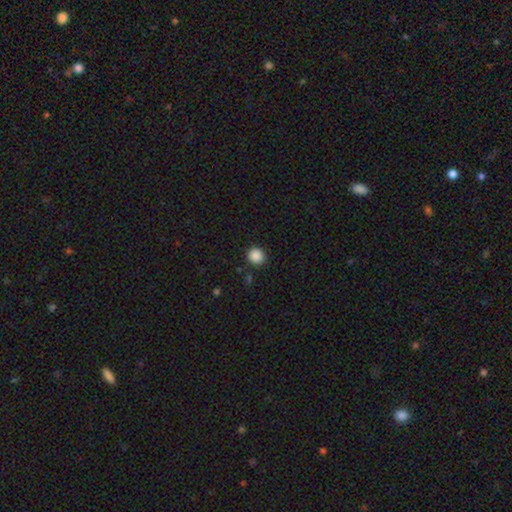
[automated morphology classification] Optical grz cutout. It shows a smooth galaxy with no disk features (88%) that is round (87%). Merging: none (89%).